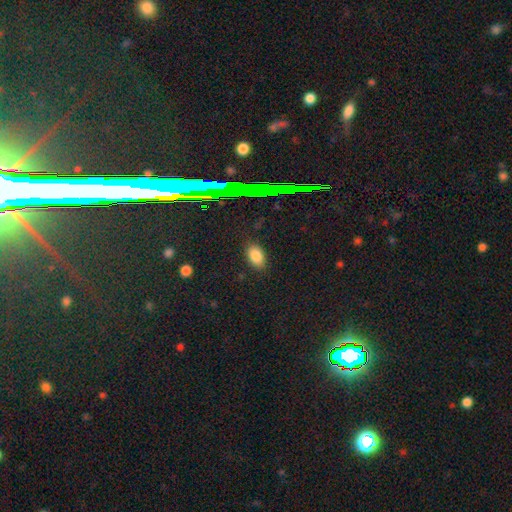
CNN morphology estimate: smooth_or_featured: smooth (p=0.80) [alt: star or artifact p=0.14]
how_rounded: in between (p=0.88) [alt: round p=0.10]
merging: none (p=0.85) [alt: minor disturbance p=0.10]